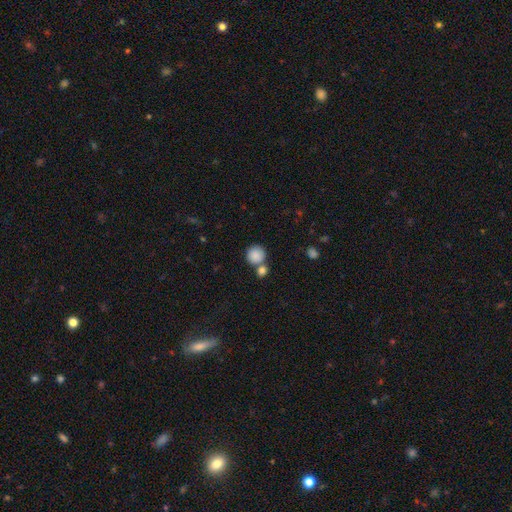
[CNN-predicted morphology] A smooth galaxy with no disk features (86%) that is round (91%). Merging: none (57%).